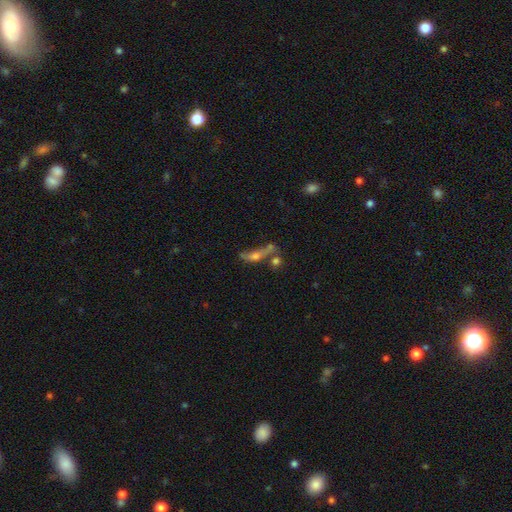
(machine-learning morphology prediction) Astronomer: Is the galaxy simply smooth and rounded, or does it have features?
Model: featured or disk — 52% (runner-up: smooth, 34%).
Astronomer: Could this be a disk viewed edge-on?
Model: yes — 63%.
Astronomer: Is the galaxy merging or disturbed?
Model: none — 36% (runner-up: merger, 32%).